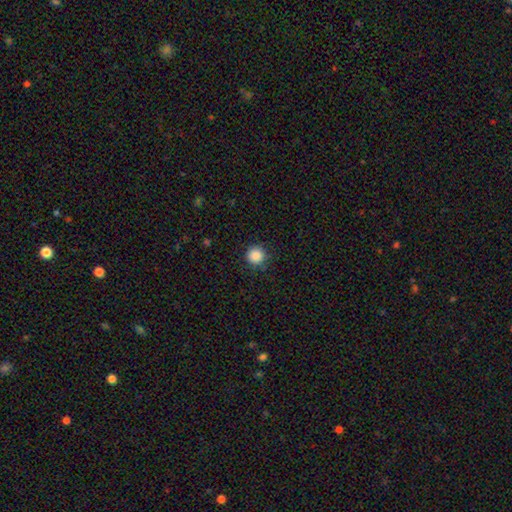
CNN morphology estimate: Smooth or featured? smooth (87%)
How rounded? round (96%)
Merging? none (89%)